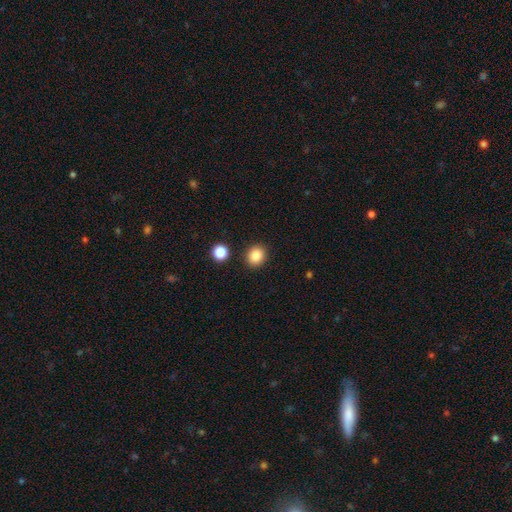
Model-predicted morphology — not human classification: smooth-or-featured: smooth: 85% | star or artifact: 10% | featured or disk: 5%
  how-rounded: round: 76% | in between: 23% | cigar-shaped: 1%
  merging: none: 89% | minor disturbance: 6% | merger: 3% | major disturbance: 2%